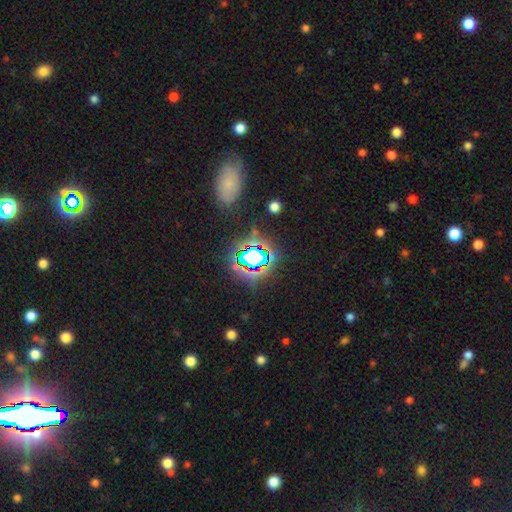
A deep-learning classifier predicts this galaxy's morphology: Smooth or featured? star or artifact (70%)